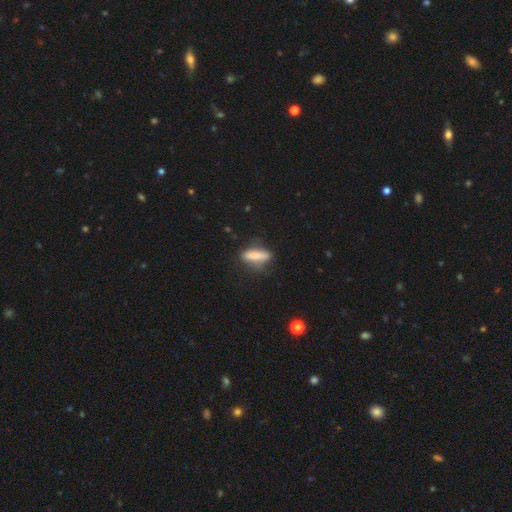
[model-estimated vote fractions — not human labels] smooth 73%, featured or disk 19%, star or artifact 8%. Down the decision tree: how rounded — cigar-shaped (66%); merging — none (72%).